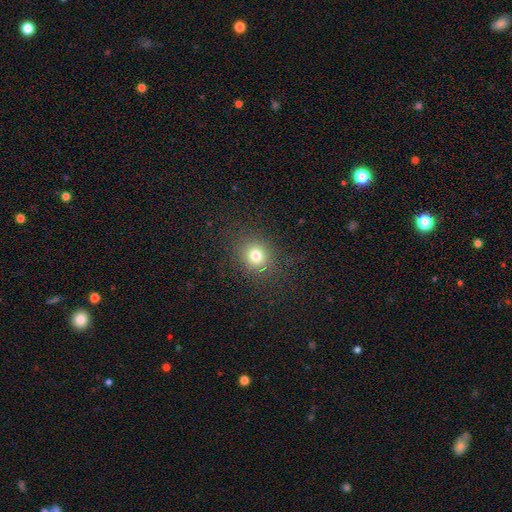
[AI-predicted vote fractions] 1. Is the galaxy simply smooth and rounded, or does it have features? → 76% smooth, 16% star or artifact, 8% featured or disk.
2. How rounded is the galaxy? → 75% round, 24% in between, 1% cigar-shaped.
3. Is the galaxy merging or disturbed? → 85% none, 9% minor disturbance, 5% major disturbance, 1% merger.